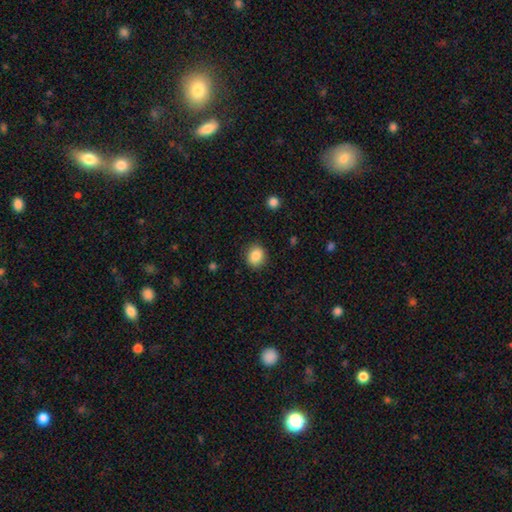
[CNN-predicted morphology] Smooth or featured? Predicted: smooth (p=0.87). How rounded? Predicted: round (p=0.75). Merging? Predicted: none (p=0.88).